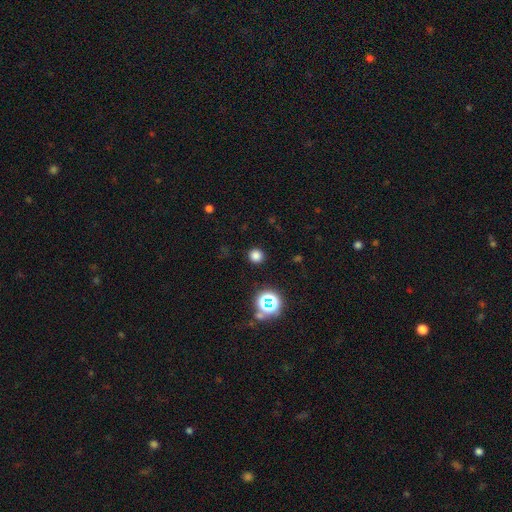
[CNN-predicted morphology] Overall: smooth (77%). How rounded: round (93%). Merging: none (91%).